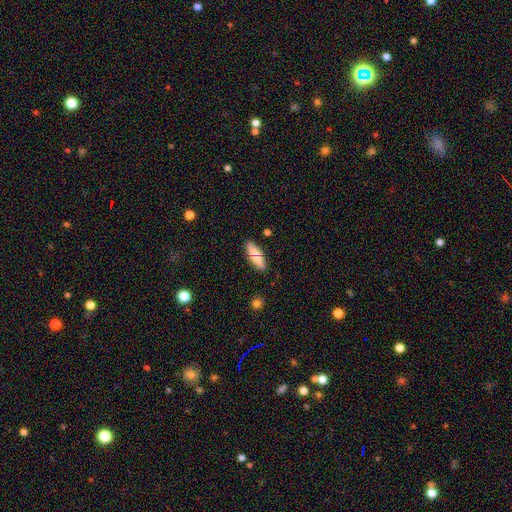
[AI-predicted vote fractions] This is likely a smooth galaxy (76%). How rounded: possibly cigar-shaped (58%). Merging: clearly none (85%).